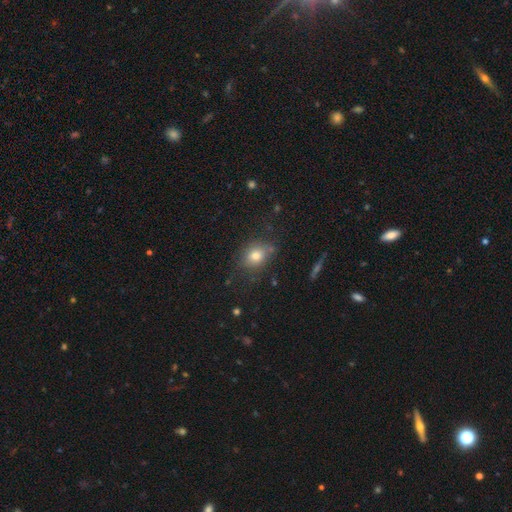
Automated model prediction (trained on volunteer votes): Smooth or featured?
  - smooth: 78% *
  - star or artifact: 12%
  - featured or disk: 10%
How rounded?
  - in between: 51% *
  - round: 48%
  - cigar-shaped: 1%
Merging?
  - none: 74% *
  - minor disturbance: 17%
  - major disturbance: 5%
  - merger: 4%